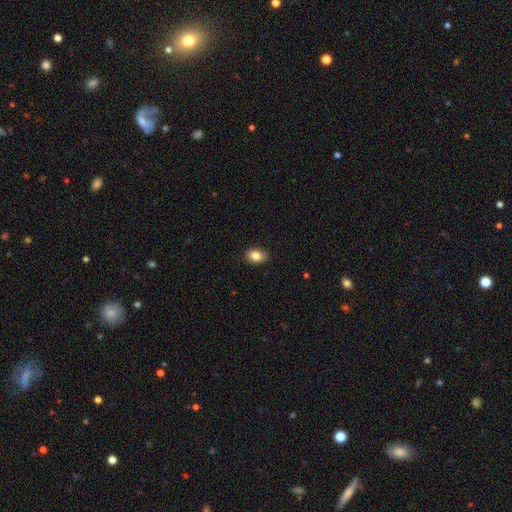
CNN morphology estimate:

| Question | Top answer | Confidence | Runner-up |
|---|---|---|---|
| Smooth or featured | smooth | 84% | star or artifact (9%) |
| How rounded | in between | 78% | round (20%) |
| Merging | none | 87% | minor disturbance (10%) |